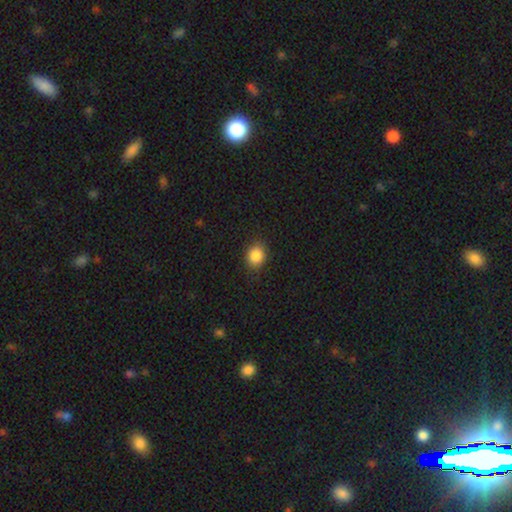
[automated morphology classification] smooth_or_featured: smooth (p=0.86) [alt: star or artifact p=0.10]
how_rounded: round (p=0.64) [alt: in between p=0.35]
merging: none (p=0.84) [alt: minor disturbance p=0.12]